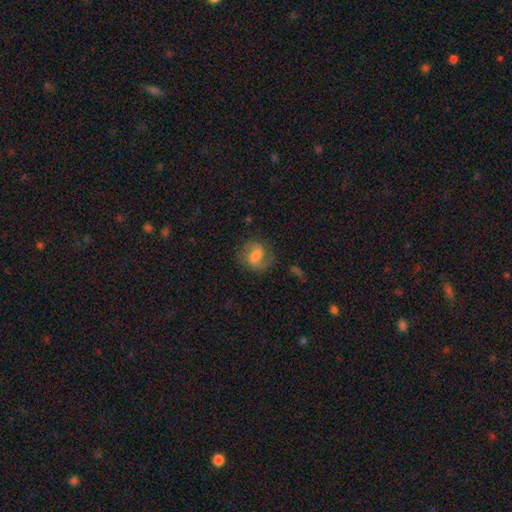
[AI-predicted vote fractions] Q: Smooth or featured?
A: featured or disk (58%); runner-up: smooth (34%)
Q: Edge-on disk?
A: no (97%); runner-up: yes (3%)
Q: Bar?
A: weak (48%); runner-up: no (26%)
Q: Spiral arms?
A: yes (89%); runner-up: no (11%)
Q: Bulge size?
A: moderate (42%); runner-up: small (33%)
Q: Merging?
A: none (70%); runner-up: minor disturbance (18%)